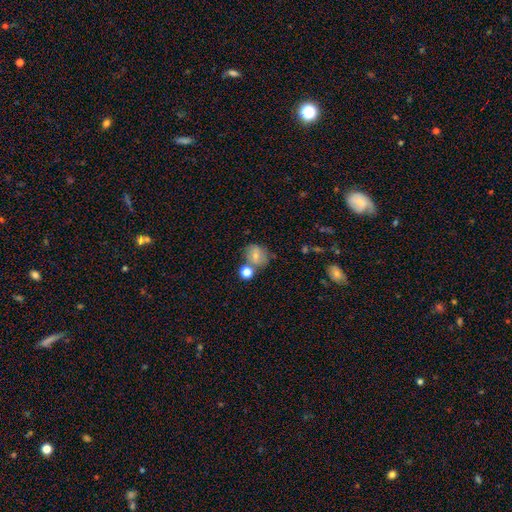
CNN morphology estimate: Smooth or featured?
  - smooth: 70% *
  - featured or disk: 19%
  - star or artifact: 11%
How rounded?
  - round: 66% *
  - in between: 33%
  - cigar-shaped: 1%
Merging?
  - none: 52% *
  - merger: 27%
  - minor disturbance: 16%
  - major disturbance: 6%